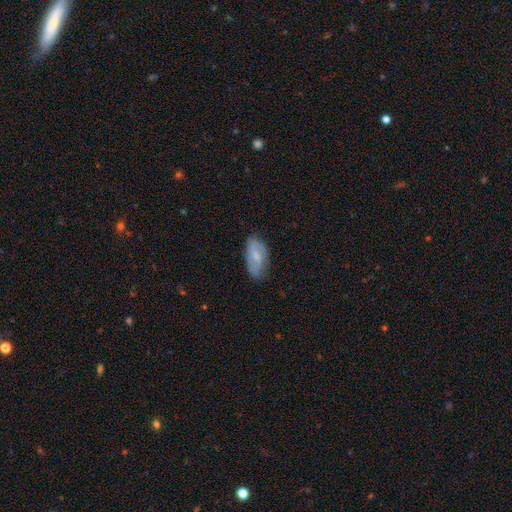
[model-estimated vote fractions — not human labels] A smooth galaxy with no disk features (52%) that is in between round and cigar-shaped (90%). Merging: none (73%).